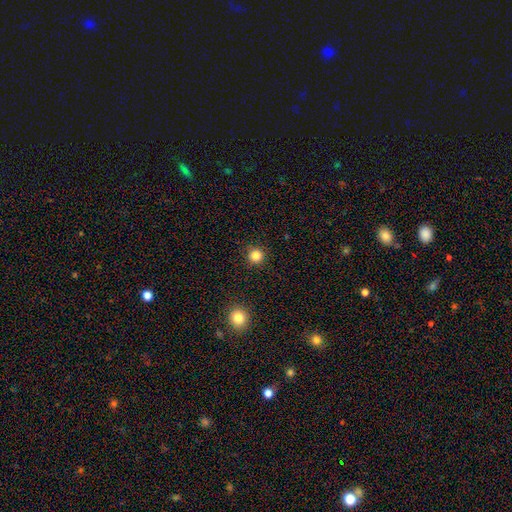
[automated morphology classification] type=smooth (83%); roundness=round (95%); merging=none (90%).